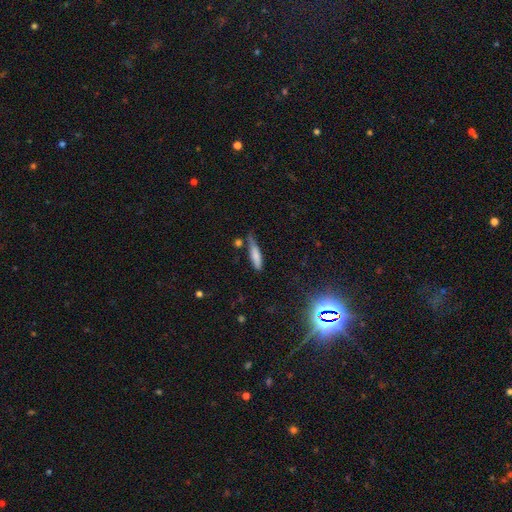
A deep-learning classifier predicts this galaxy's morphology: This appears to be a smooth galaxy with no disk features (74%) that is cigar-shaped (77%). Merging: none (52%).